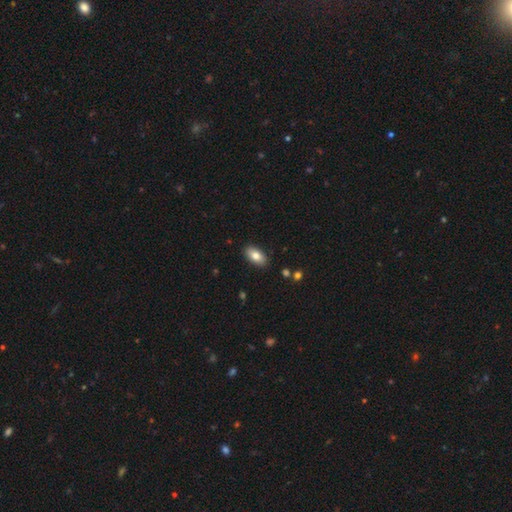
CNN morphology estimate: Q: Smooth or featured?
A: smooth (81%); runner-up: featured or disk (12%)
Q: How rounded?
A: in between (92%); runner-up: round (4%)
Q: Merging?
A: none (88%); runner-up: minor disturbance (8%)